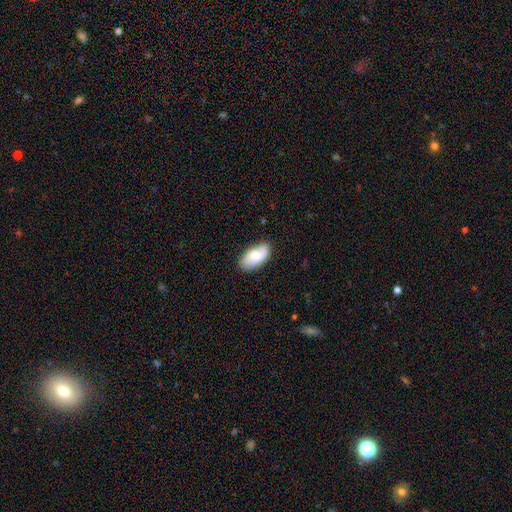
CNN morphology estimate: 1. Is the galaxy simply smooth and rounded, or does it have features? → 59% smooth, 34% featured or disk, 7% star or artifact.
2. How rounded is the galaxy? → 93% in between, 4% round, 3% cigar-shaped.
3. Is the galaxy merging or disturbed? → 81% none, 15% minor disturbance, 3% major disturbance, 1% merger.